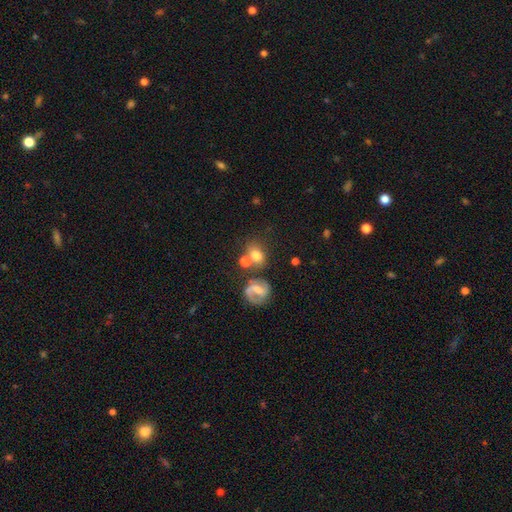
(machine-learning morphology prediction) Q: Smooth or featured?
A: smooth (66%); runner-up: featured or disk (23%)
Q: How rounded?
A: round (52%); runner-up: in between (46%)
Q: Merging?
A: none (53%); runner-up: merger (24%)